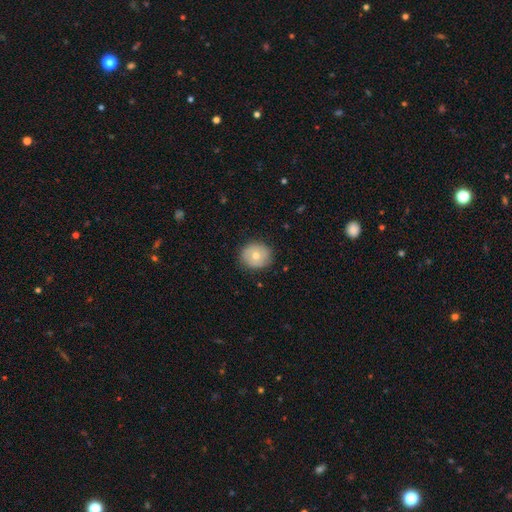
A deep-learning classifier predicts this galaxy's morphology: Smooth or featured? smooth (64%)
How rounded? round (81%)
Merging? none (83%)